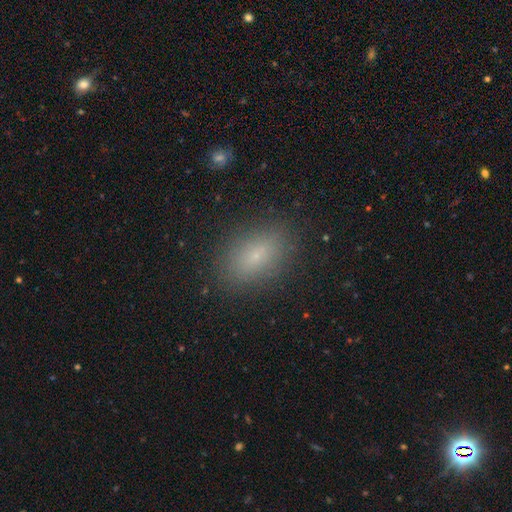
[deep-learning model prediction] smooth 76%, star or artifact 13%, featured or disk 11%. Down the decision tree: how rounded — in between (85%); merging — none (86%).